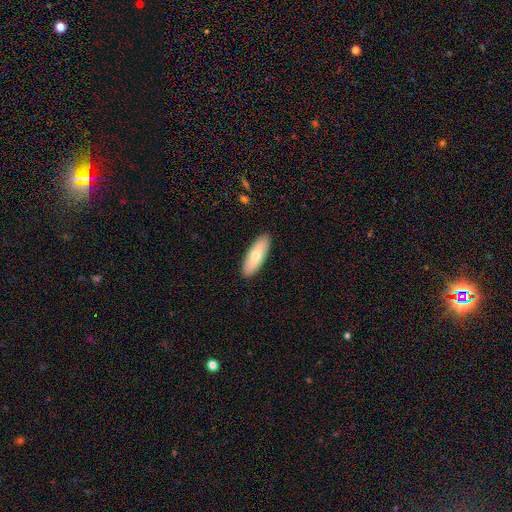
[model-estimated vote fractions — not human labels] A smooth galaxy with no disk features (65%) that is in between round and cigar-shaped (58%). Merging: none (90%).